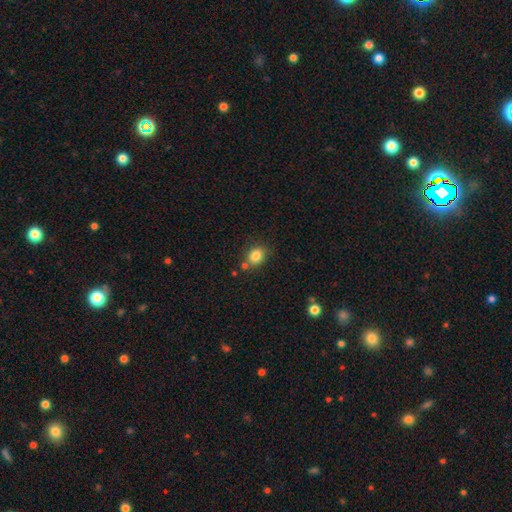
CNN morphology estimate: smooth_or_featured: smooth (p=0.83) [alt: star or artifact p=0.10]
how_rounded: round (p=0.60) [alt: in between p=0.39]
merging: none (p=0.72) [alt: minor disturbance p=0.13]